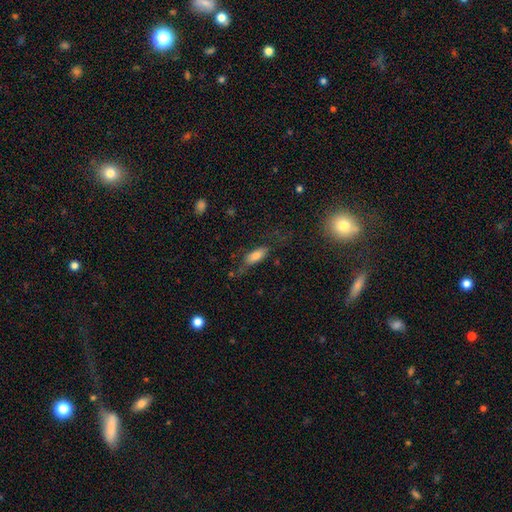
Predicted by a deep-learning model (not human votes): Morphology: type=smooth (73%); roundness=in between (74%); merging=none (58%).